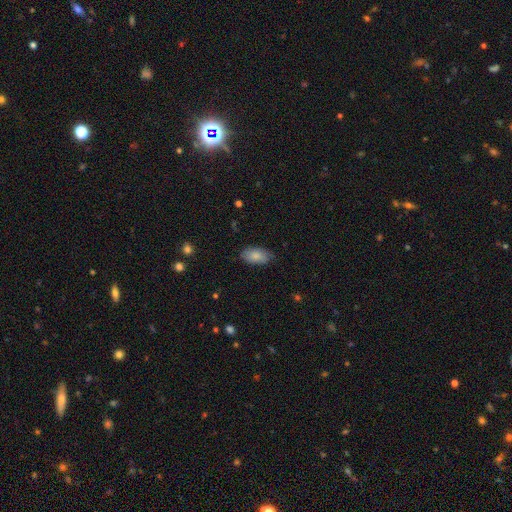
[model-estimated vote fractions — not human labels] A smooth galaxy with no disk features (82%) that is in between round and cigar-shaped (93%). Merging: none (77%).